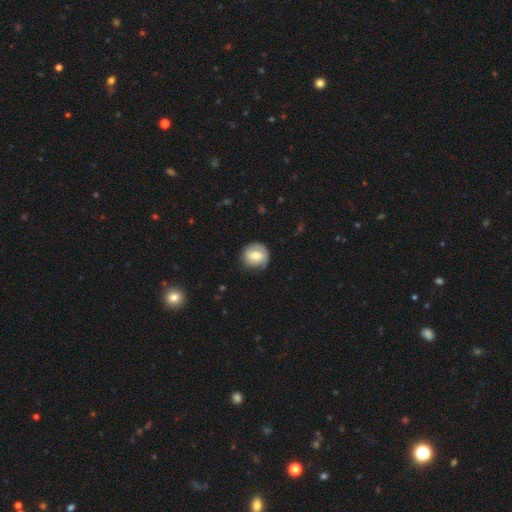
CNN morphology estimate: This appears to be a smooth galaxy with no disk features (54%) that is round (81%). Merging: none (71%).